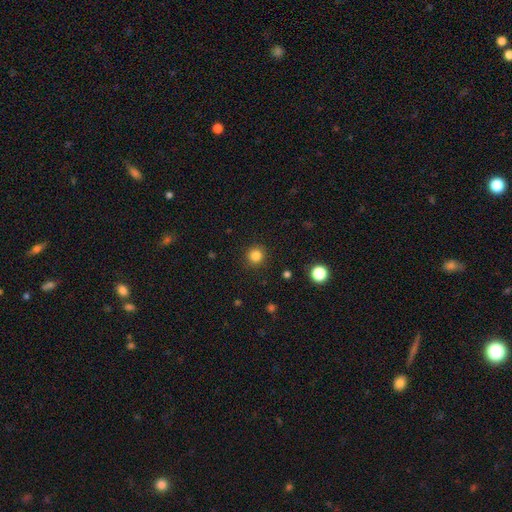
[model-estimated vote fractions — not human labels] Q: Smooth or featured?
A: smooth (84%); runner-up: star or artifact (12%)
Q: How rounded?
A: round (93%); runner-up: in between (6%)
Q: Merging?
A: none (90%); runner-up: minor disturbance (6%)